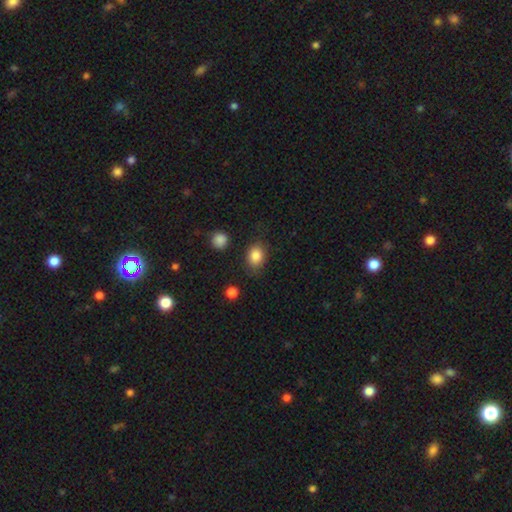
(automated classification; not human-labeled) smooth 85%, star or artifact 9%, featured or disk 6%. Down the decision tree: how rounded — in between (60%); merging — none (79%).